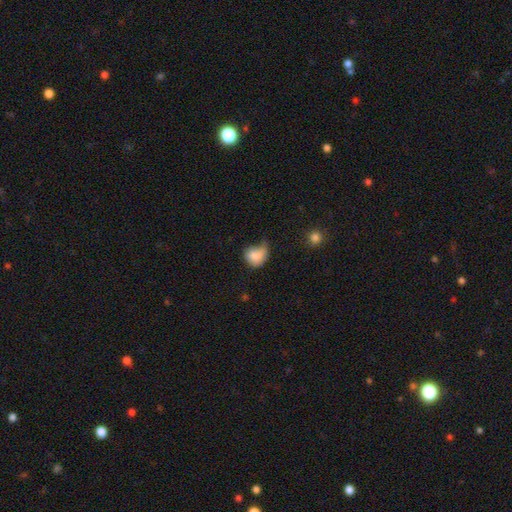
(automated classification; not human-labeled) Smooth or featured: smooth — 80% (featured or disk — 11%)
How rounded: round — 53% (in between — 46%)
Merging: minor disturbance — 37% (none — 28%)